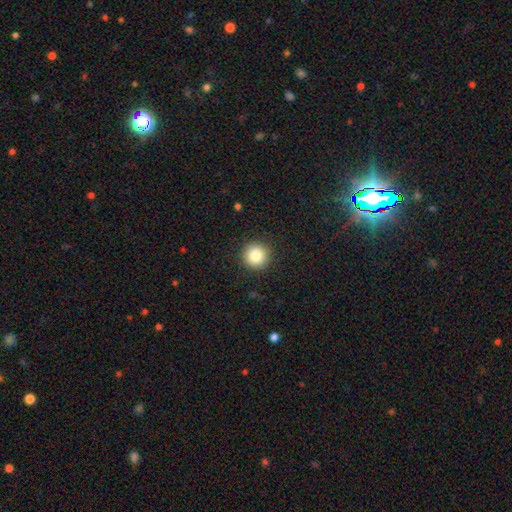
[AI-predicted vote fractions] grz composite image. It shows a smooth galaxy with no disk features (85%) that is round (95%). Merging: none (91%).